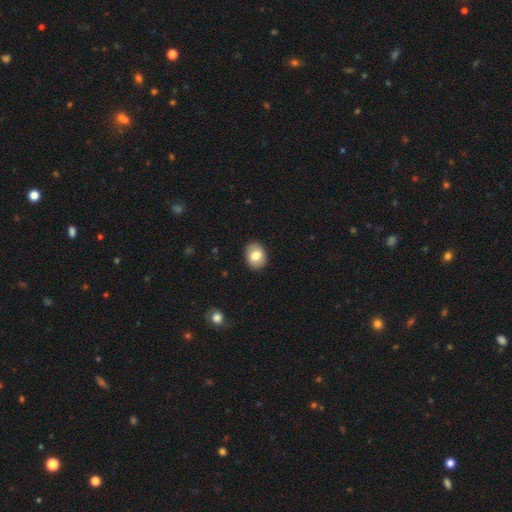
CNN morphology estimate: smooth 79%, featured or disk 13%, star or artifact 8%. Down the decision tree: how rounded — in between (65%); merging — none (88%).